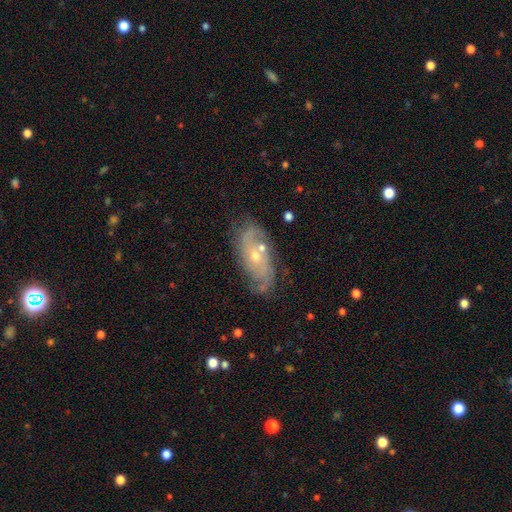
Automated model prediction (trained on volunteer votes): smooth_or_featured: featured or disk (p=0.75) [alt: smooth p=0.17]
disk_edge_on: no (p=0.93) [alt: yes p=0.07]
bar: no (p=0.74) [alt: weak p=0.22]
has_spiral_arms: yes (p=0.88) [alt: no p=0.12]
spiral_winding: medium (p=0.39) [alt: tight p=0.37]
spiral_arm_count: 2 (p=0.49) [alt: can't tell p=0.29]
bulge_size: small (p=0.59) [alt: moderate p=0.37]
merging: none (p=0.65) [alt: minor disturbance p=0.20]